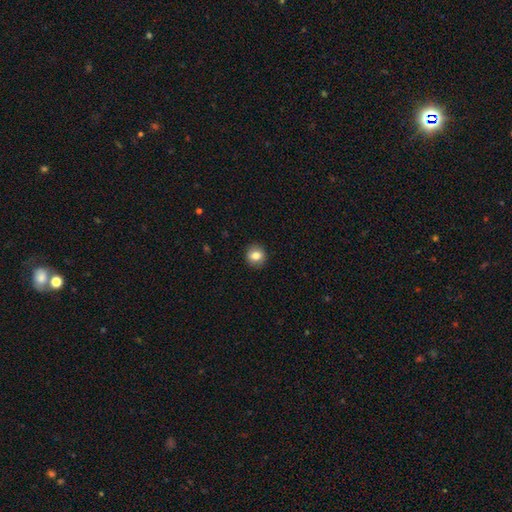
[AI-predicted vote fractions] This appears to be a smooth galaxy with no disk features (82%) that is round (88%). Merging: none (91%).